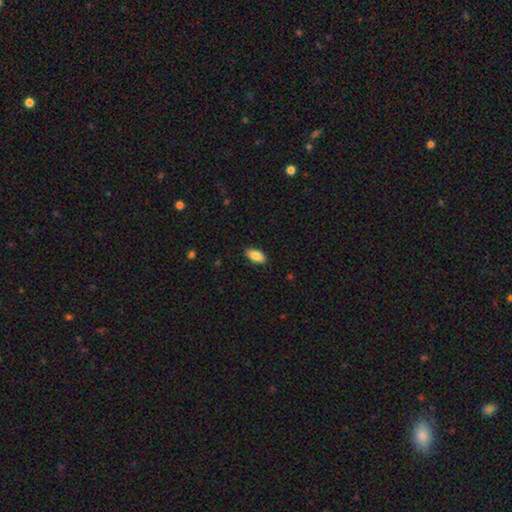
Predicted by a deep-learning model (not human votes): smooth_or_featured: smooth (p=0.86) [alt: featured or disk p=0.08]
how_rounded: in between (p=0.90) [alt: cigar-shaped p=0.08]
merging: none (p=0.89) [alt: minor disturbance p=0.08]